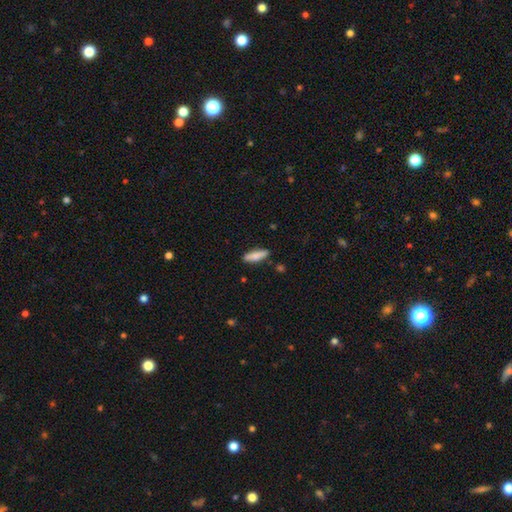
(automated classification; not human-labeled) Smooth or featured?
  - smooth: 79% *
  - featured or disk: 15%
  - star or artifact: 6%
How rounded?
  - cigar-shaped: 59% *
  - in between: 39%
  - round: 2%
Merging?
  - none: 85% *
  - minor disturbance: 11%
  - merger: 2%
  - major disturbance: 2%